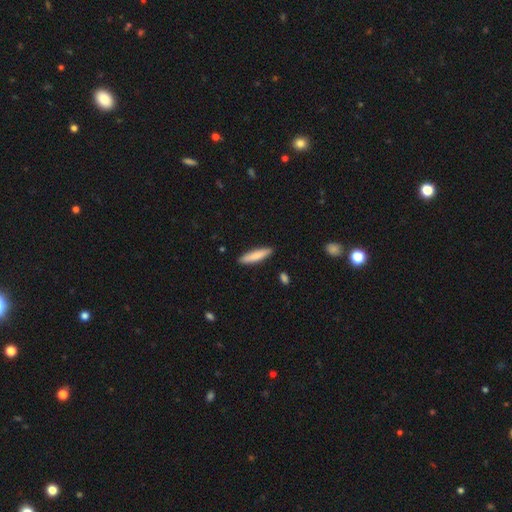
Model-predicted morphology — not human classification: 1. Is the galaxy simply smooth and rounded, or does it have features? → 82% smooth, 12% featured or disk, 6% star or artifact.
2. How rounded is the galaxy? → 80% cigar-shaped, 18% in between, 1% round.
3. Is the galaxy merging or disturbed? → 89% none, 8% minor disturbance, 2% major disturbance, 1% merger.